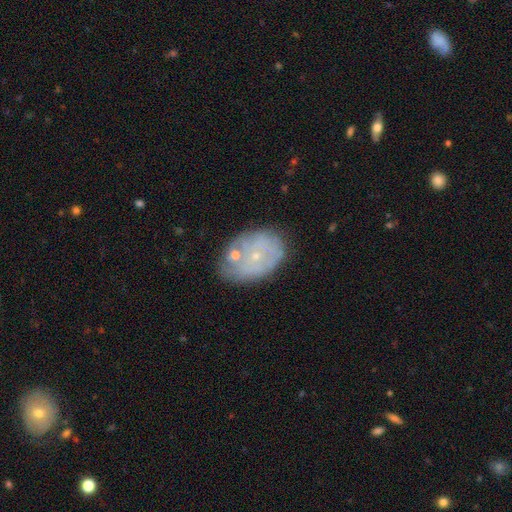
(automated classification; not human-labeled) This appears to be a featured or disk galaxy (51%). Merging: none (61%).